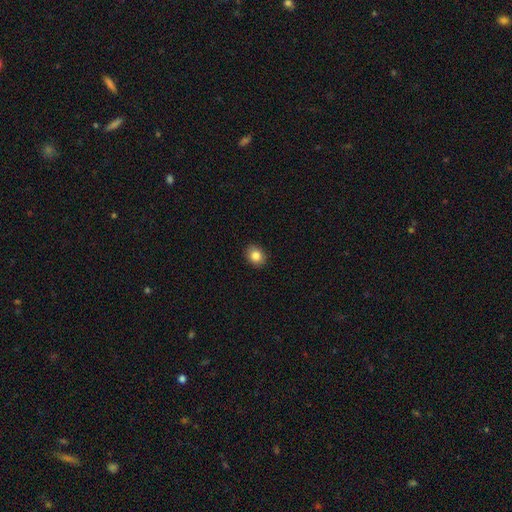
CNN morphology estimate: Smooth or featured? smooth (84%)
How rounded? round (55%)
Merging? none (91%)